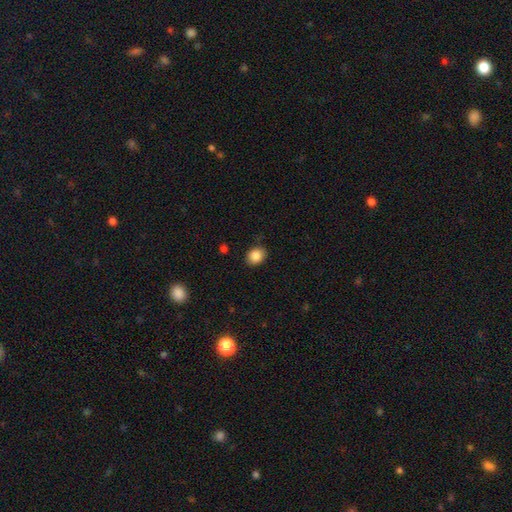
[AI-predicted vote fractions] Q: Smooth or featured?
A: smooth (85%); runner-up: star or artifact (9%)
Q: How rounded?
A: round (50%); runner-up: in between (49%)
Q: Merging?
A: none (86%); runner-up: minor disturbance (11%)